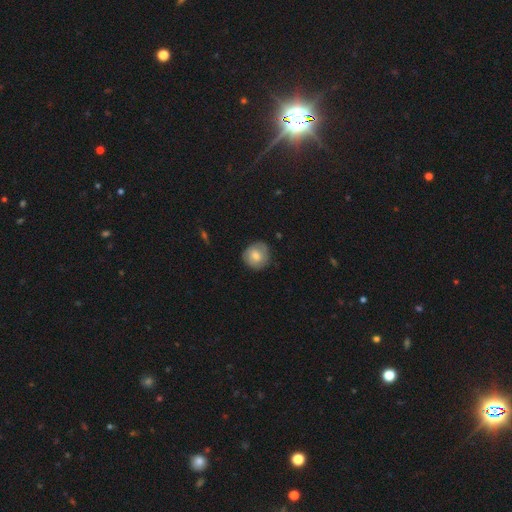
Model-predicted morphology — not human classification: Smooth or featured: smooth — 67% (featured or disk — 26%)
How rounded: round — 90% (in between — 9%)
Merging: none — 79% (minor disturbance — 16%)